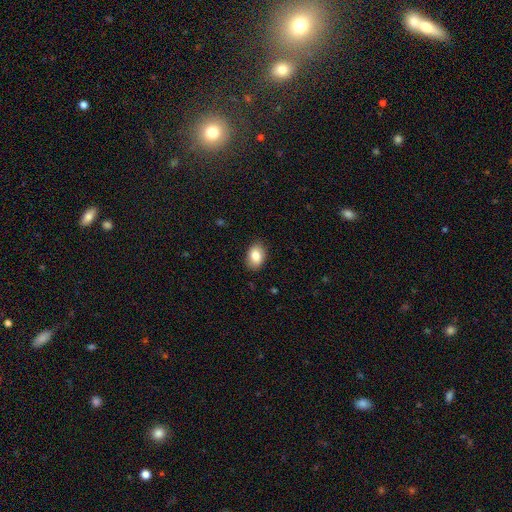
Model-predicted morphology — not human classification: Overall: smooth (85%). How rounded: in between (83%). Merging: none (87%).